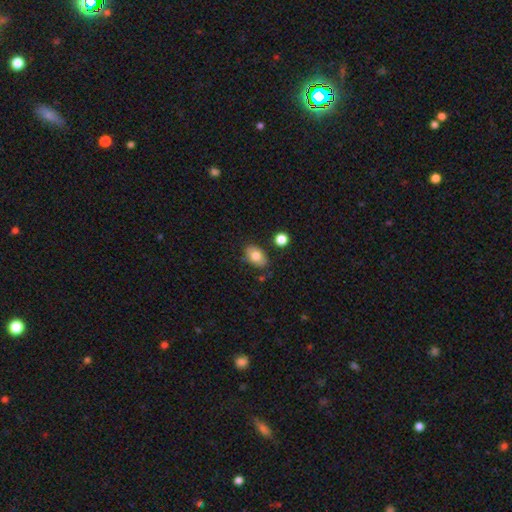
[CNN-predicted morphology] A smooth galaxy with no disk features (79%) that is in between round and cigar-shaped (84%). Merging: none (77%).